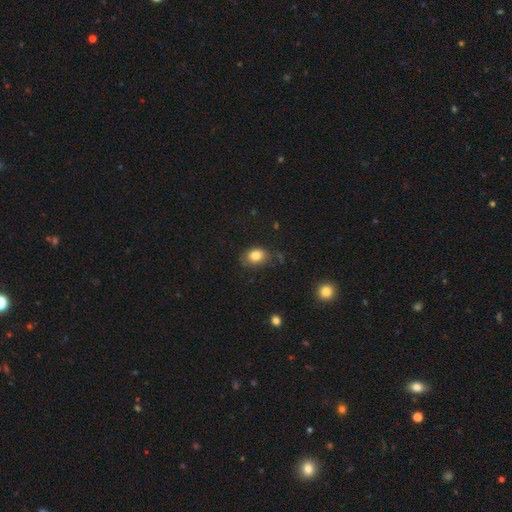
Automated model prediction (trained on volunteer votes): This is clearly a smooth galaxy (81%). How rounded: likely in between (69%). Merging: likely none (70%).